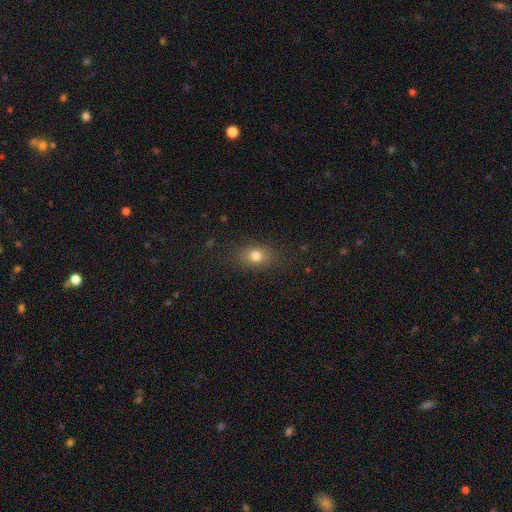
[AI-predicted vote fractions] The model was most divided on "how rounded": in between: 63%, round: 34%, cigar-shaped: 2%. More confident: merging — none (84%); smooth or featured — smooth (78%).